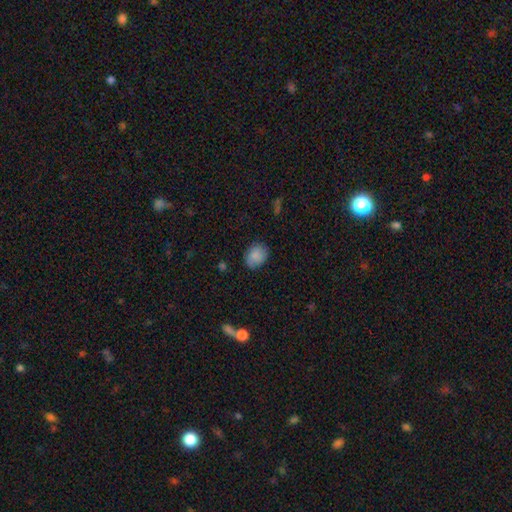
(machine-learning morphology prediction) smooth_or_featured: smooth (p=0.84) [alt: featured or disk p=0.08]
how_rounded: in between (p=0.50) [alt: round p=0.49]
merging: none (p=0.79) [alt: minor disturbance p=0.17]